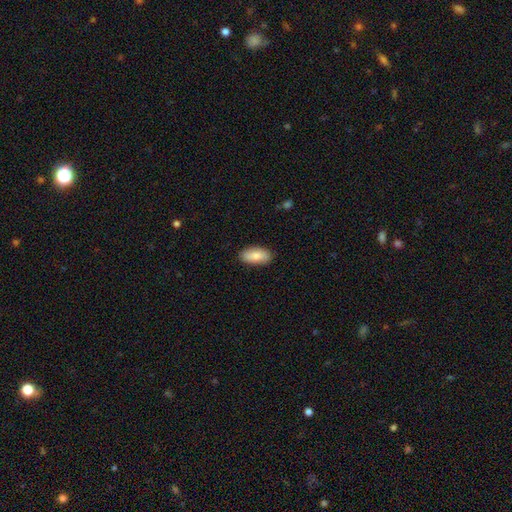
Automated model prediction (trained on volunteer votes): The model was most divided on "smooth or featured": smooth: 84%, featured or disk: 10%, star or artifact: 6%. More confident: how rounded — in between (91%); merging — none (89%).